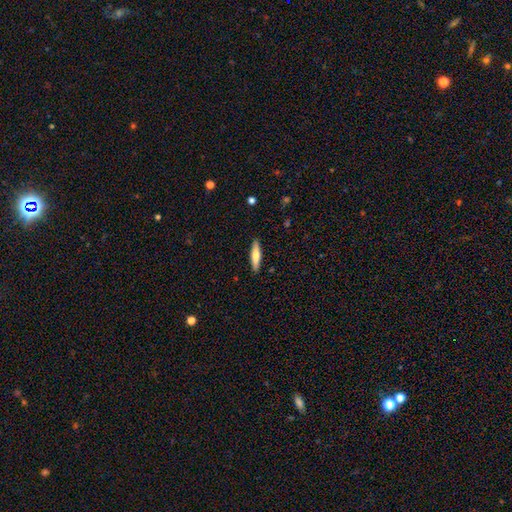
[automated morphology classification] This is likely a smooth galaxy (66%). How rounded: likely cigar-shaped (79%). Merging: clearly none (90%).